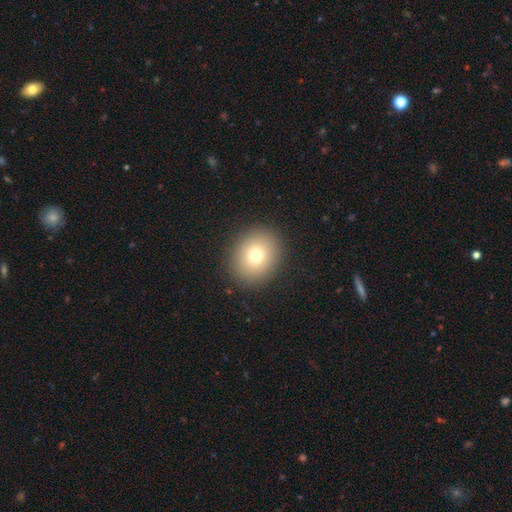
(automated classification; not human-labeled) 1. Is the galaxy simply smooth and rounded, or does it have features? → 75% smooth, 13% star or artifact, 12% featured or disk.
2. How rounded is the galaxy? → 68% round, 31% in between, 1% cigar-shaped.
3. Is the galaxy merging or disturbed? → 90% none, 7% minor disturbance, 3% major disturbance, 1% merger.